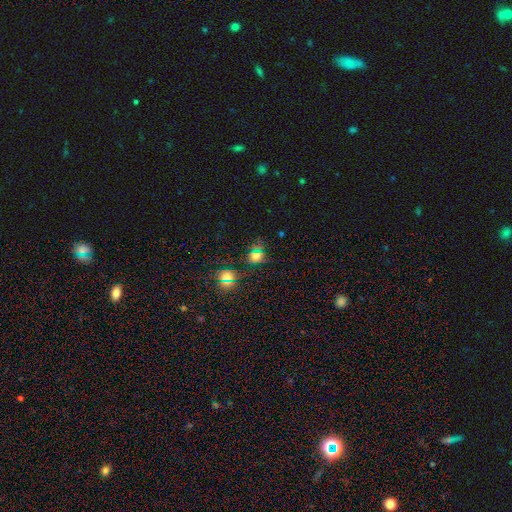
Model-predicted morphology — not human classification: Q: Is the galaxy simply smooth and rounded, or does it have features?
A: star or artifact — 48%.